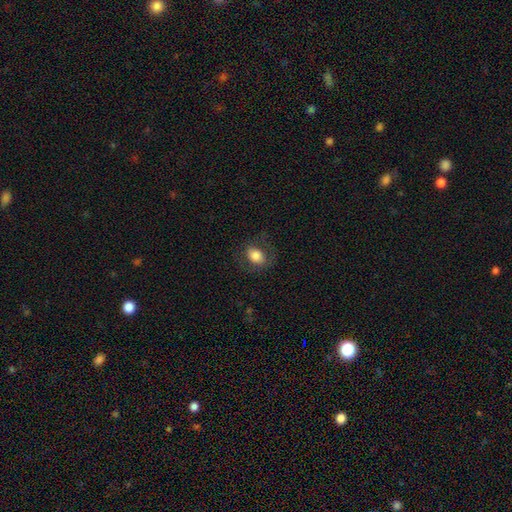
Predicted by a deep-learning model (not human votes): This appears to be a smooth galaxy with no disk features (76%) that is in between round and cigar-shaped (69%). Merging: none (73%).